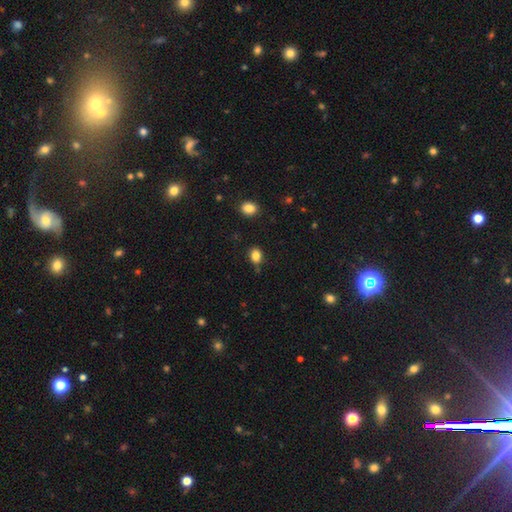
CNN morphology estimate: A smooth galaxy with no disk features (83%) that is in between round and cigar-shaped (59%).

Vote fractions:
- Smooth or featured? smooth: 83% / star or artifact: 12% / featured or disk: 5%
- How rounded? in between: 59% / round: 40% / cigar-shaped: 1%
- Merging? none: 75% / minor disturbance: 18% / merger: 4% / major disturbance: 4%